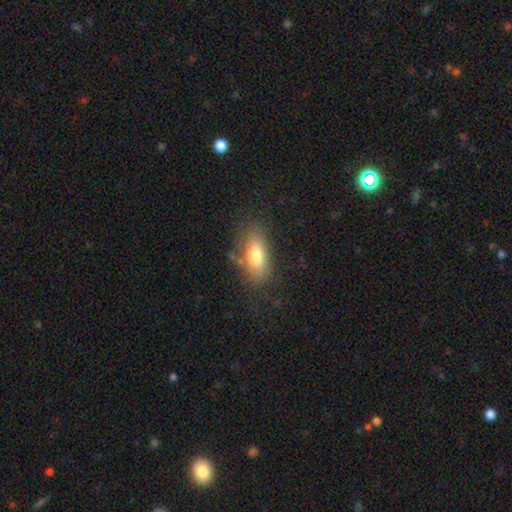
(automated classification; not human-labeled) A smooth galaxy with no disk features (75%) that is in between round and cigar-shaped (84%).

Vote fractions:
- Smooth or featured? smooth: 75% / featured or disk: 17% / star or artifact: 8%
- How rounded? in between: 84% / cigar-shaped: 12% / round: 4%
- Merging? none: 70% / minor disturbance: 19% / major disturbance: 7% / merger: 4%